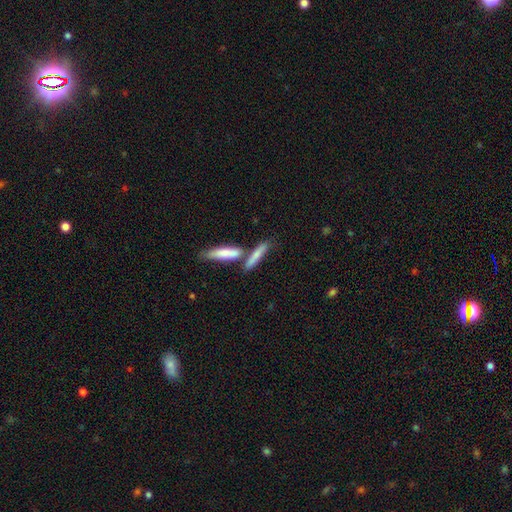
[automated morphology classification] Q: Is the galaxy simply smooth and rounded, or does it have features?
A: smooth — 70%.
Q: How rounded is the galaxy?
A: cigar-shaped — 79%.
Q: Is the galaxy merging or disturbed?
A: none — 50%.